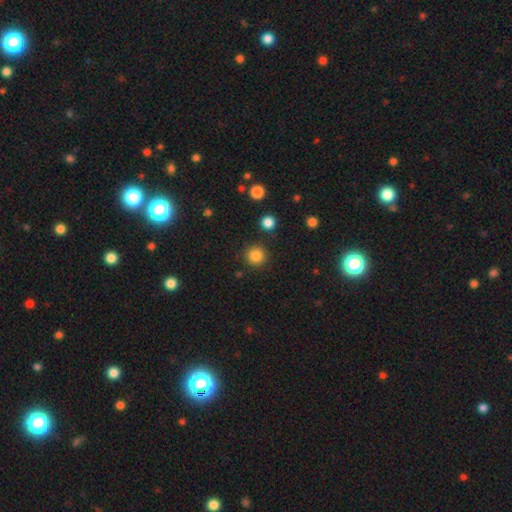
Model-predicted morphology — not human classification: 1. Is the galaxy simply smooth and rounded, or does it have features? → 84% smooth, 11% star or artifact, 4% featured or disk.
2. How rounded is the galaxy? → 95% round, 4% in between, 1% cigar-shaped.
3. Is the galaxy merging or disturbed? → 90% none, 6% minor disturbance, 2% major disturbance, 2% merger.